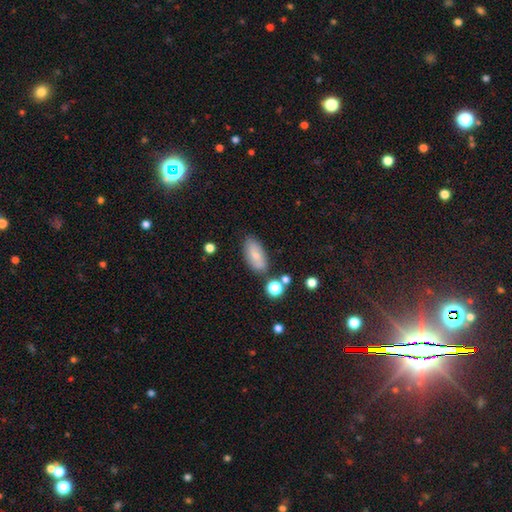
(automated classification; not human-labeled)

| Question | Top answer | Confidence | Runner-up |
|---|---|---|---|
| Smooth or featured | smooth | 69% | featured or disk (23%) |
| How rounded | in between | 88% | cigar-shaped (8%) |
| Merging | none | 77% | minor disturbance (15%) |